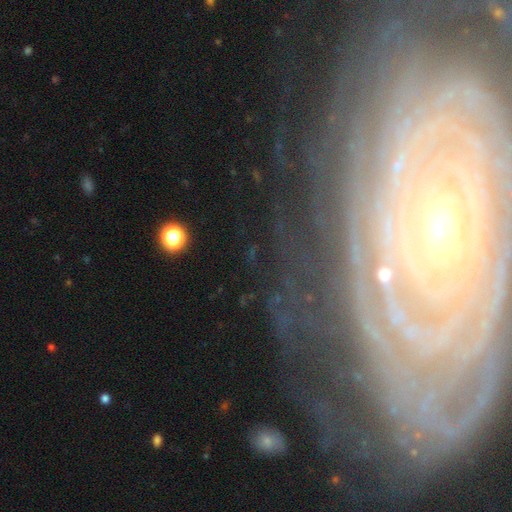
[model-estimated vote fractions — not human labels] smooth_or_featured: featured or disk (p=0.82) [alt: star or artifact p=0.10]
disk_edge_on: no (p=0.93) [alt: yes p=0.07]
bar: no (p=0.60) [alt: weak p=0.20]
has_spiral_arms: yes (p=0.93) [alt: no p=0.07]
spiral_winding: tight (p=0.85) [alt: medium p=0.12]
spiral_arm_count: can't tell (p=0.29) [alt: more than 4 p=0.21]
bulge_size: moderate (p=0.49) [alt: small p=0.42]
merging: none (p=0.79) [alt: minor disturbance p=0.12]